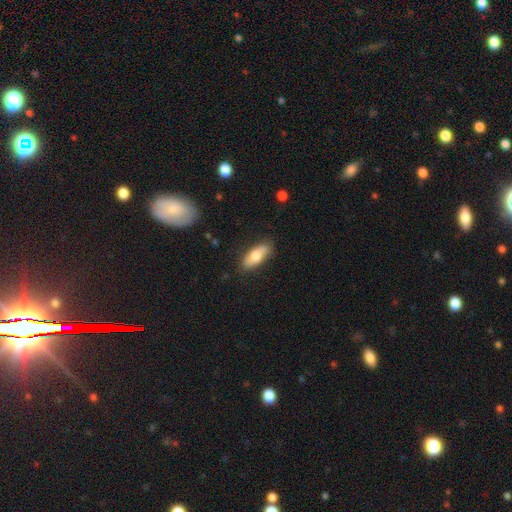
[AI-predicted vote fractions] Q: Smooth or featured?
A: smooth (71%); runner-up: featured or disk (23%)
Q: How rounded?
A: in between (77%); runner-up: cigar-shaped (20%)
Q: Merging?
A: none (84%); runner-up: minor disturbance (13%)